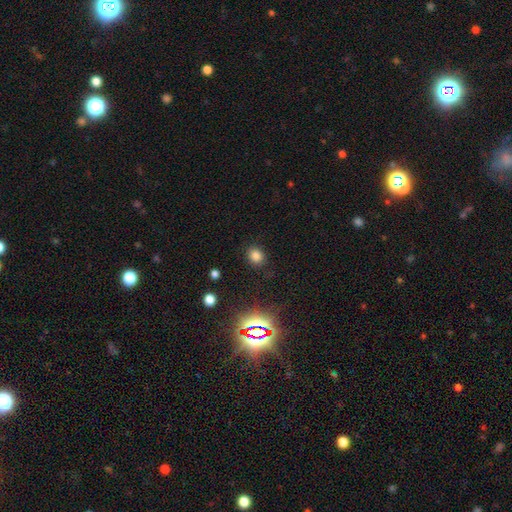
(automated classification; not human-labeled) smooth_or_featured: smooth (p=0.78) [alt: star or artifact p=0.17]
how_rounded: round (p=0.67) [alt: in between p=0.32]
merging: none (p=0.86) [alt: minor disturbance p=0.09]